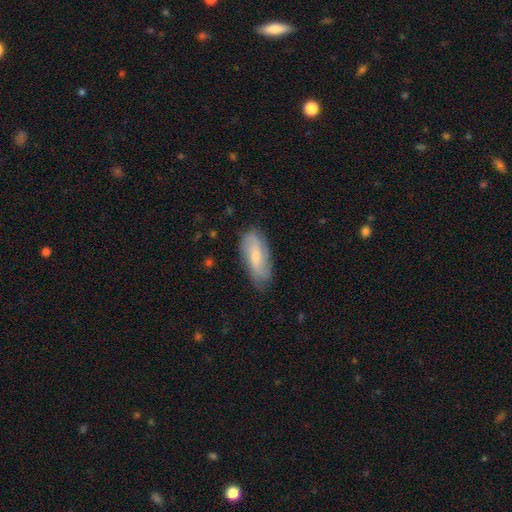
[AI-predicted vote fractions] smooth_or_featured: featured or disk (p=0.54) [alt: smooth p=0.39]
disk_edge_on: no (p=0.89) [alt: yes p=0.11]
merging: none (p=0.75) [alt: minor disturbance p=0.20]